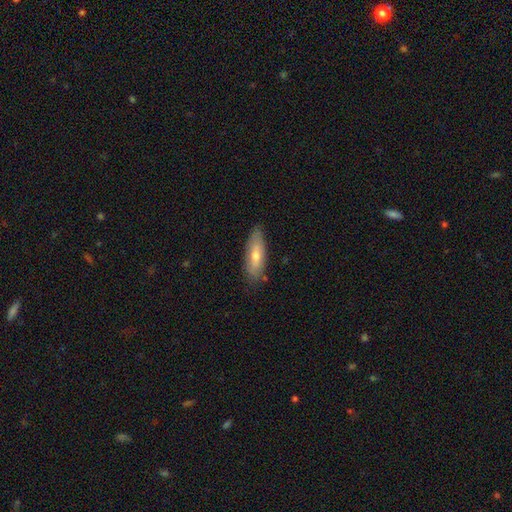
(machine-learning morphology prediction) smooth 61%, featured or disk 32%, star or artifact 6%. Down the decision tree: how rounded — in between (53%); merging — none (81%).